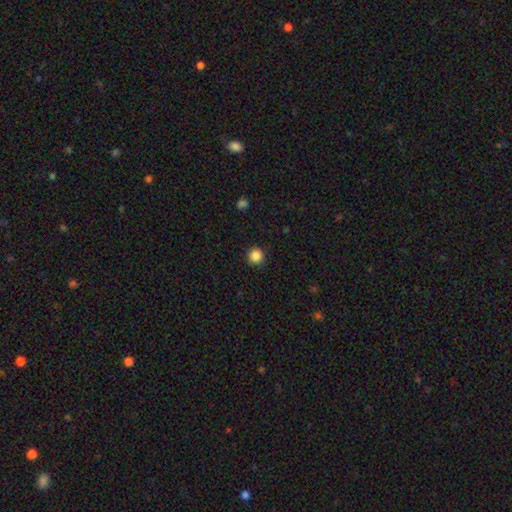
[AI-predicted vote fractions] Smooth or featured? smooth (86%)
How rounded? round (95%)
Merging? none (91%)